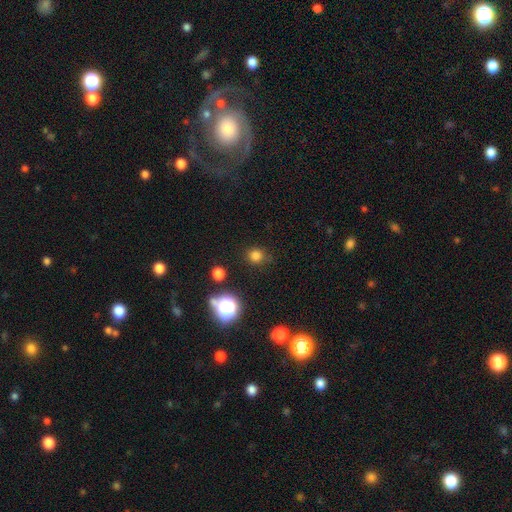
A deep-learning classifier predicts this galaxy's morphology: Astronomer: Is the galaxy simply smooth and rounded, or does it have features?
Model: smooth — 78%.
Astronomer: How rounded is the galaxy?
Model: round — 90%.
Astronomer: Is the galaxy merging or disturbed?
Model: none — 85%.